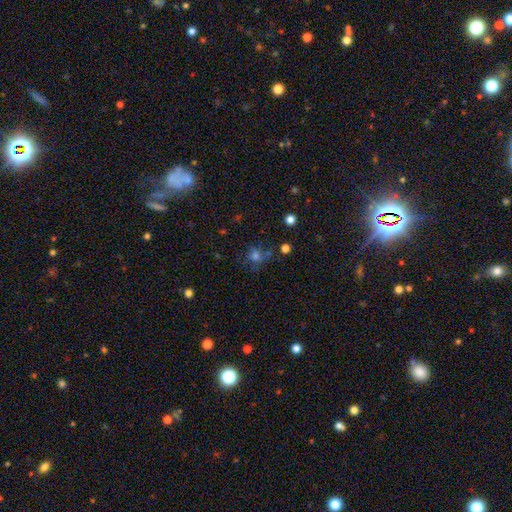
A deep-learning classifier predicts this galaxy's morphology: A smooth galaxy with no disk features (61%) that is round (80%). Merging: none (62%).